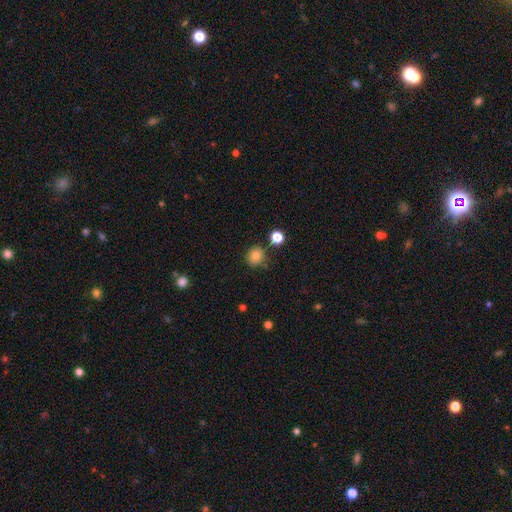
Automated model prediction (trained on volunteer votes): smooth-or-featured: smooth: 82% | star or artifact: 12% | featured or disk: 6%
  how-rounded: round: 84% | in between: 16% | cigar-shaped: 1%
  merging: none: 80% | minor disturbance: 11% | merger: 6% | major disturbance: 3%